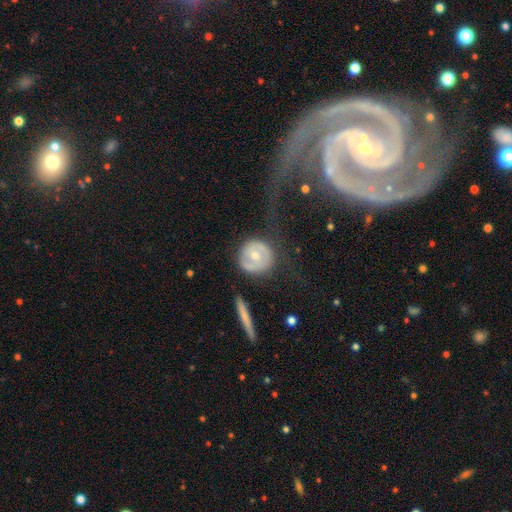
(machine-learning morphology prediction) This is possibly a featured or disk galaxy (53%). It is clearly not viewed edge-on (95%). Bar: likely no (68%). Spiral arm pattern: possibly yes (50%, tied with no). Central bulge: possibly moderate (55%). Merging: likely none (66%).